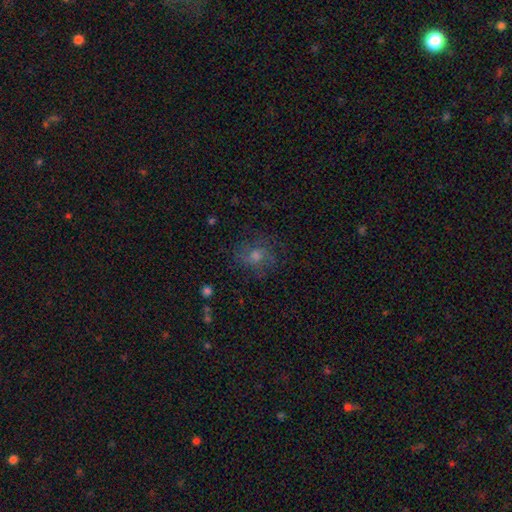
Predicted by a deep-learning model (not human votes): A featured or disk galaxy (42%).

Vote fractions:
- Smooth or featured? featured or disk: 42% / smooth: 37% / star or artifact: 21%
- Merging? none: 72% / minor disturbance: 16% / major disturbance: 10% / merger: 1%